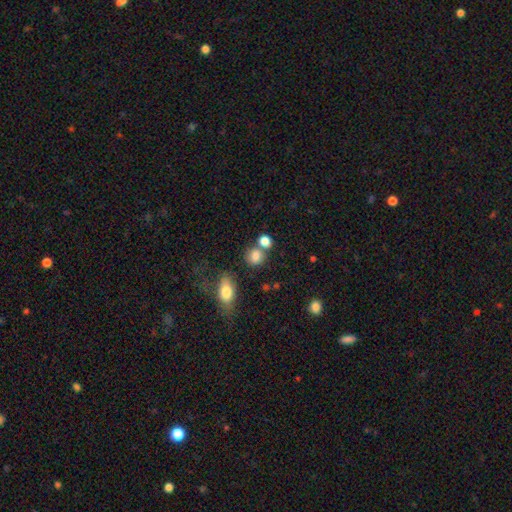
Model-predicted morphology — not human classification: Smooth or featured: smooth — 81% (star or artifact — 11%)
How rounded: round — 68% (in between — 30%)
Merging: none — 56% (merger — 28%)